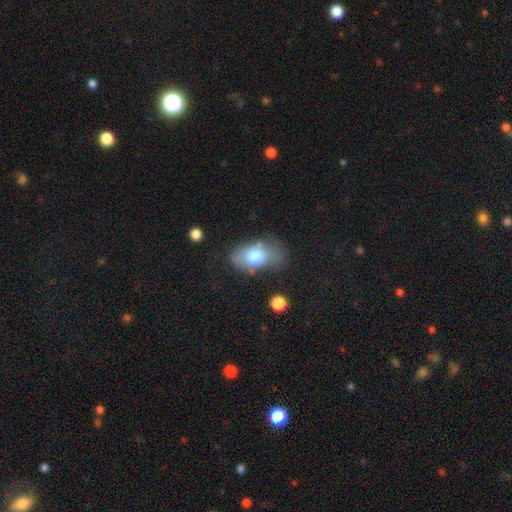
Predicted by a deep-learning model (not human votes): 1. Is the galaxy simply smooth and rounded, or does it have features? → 71% smooth, 21% featured or disk, 8% star or artifact.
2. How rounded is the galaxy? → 87% in between, 11% round, 2% cigar-shaped.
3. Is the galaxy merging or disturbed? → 49% none, 30% minor disturbance, 15% major disturbance, 5% merger.